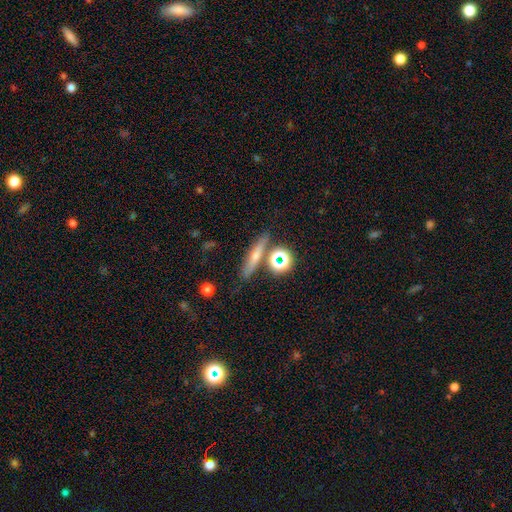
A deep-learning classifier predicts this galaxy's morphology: A featured or disk galaxy (40%). Merging: none (79%).